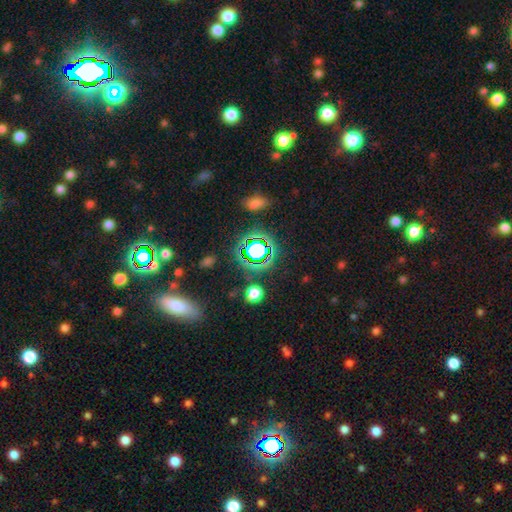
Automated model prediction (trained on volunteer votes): Morphology: type=star or artifact (69%).